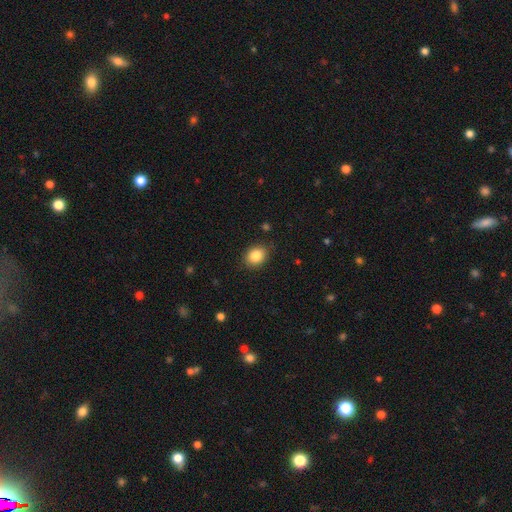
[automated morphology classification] Q: Smooth or featured?
A: smooth (85%); runner-up: star or artifact (9%)
Q: How rounded?
A: round (53%); runner-up: in between (46%)
Q: Merging?
A: none (86%); runner-up: minor disturbance (11%)